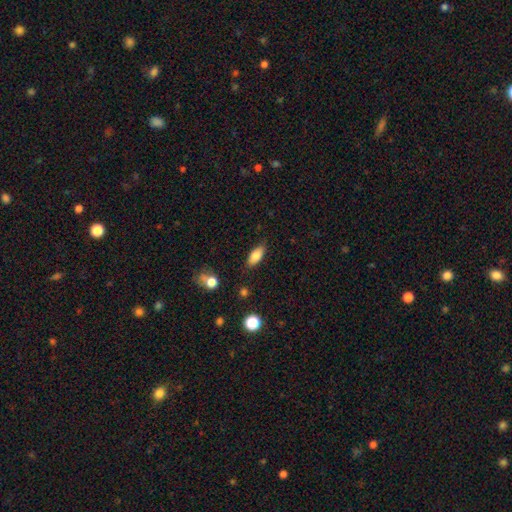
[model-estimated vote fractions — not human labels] Smooth or featured? smooth (81%)
How rounded? in between (84%)
Merging? none (82%)